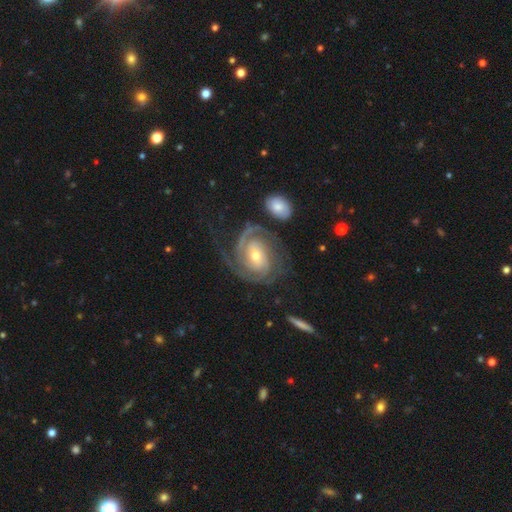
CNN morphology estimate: smooth_or_featured: featured or disk (p=0.91) [alt: smooth p=0.05]
disk_edge_on: no (p=0.97) [alt: yes p=0.03]
bar: no (p=0.54) [alt: weak p=0.32]
has_spiral_arms: yes (p=0.98) [alt: no p=0.02]
spiral_winding: tight (p=0.64) [alt: medium p=0.29]
spiral_arm_count: 2 (p=0.53) [alt: 3 p=0.21]
bulge_size: moderate (p=0.50) [alt: small p=0.45]
merging: none (p=0.64) [alt: minor disturbance p=0.16]